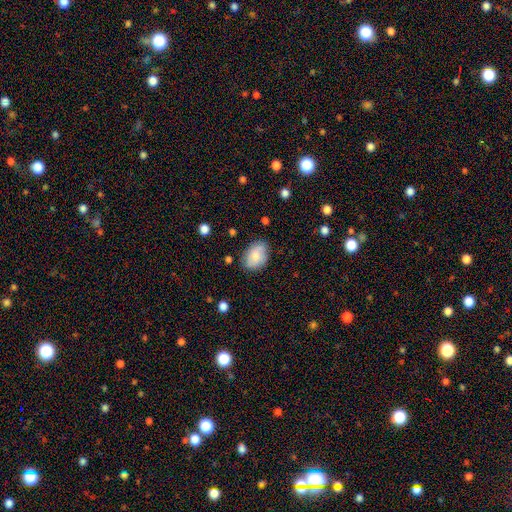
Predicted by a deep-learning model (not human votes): smooth-or-featured: smooth: 75% | featured or disk: 18% | star or artifact: 7%
  how-rounded: in between: 82% | round: 17% | cigar-shaped: 1%
  merging: none: 76% | minor disturbance: 18% | major disturbance: 4% | merger: 2%